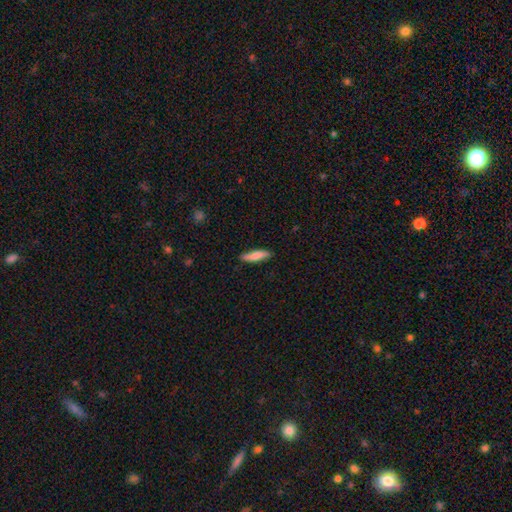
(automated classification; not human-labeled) This is likely a smooth galaxy (79%). How rounded: likely cigar-shaped (76%). Merging: clearly none (85%).